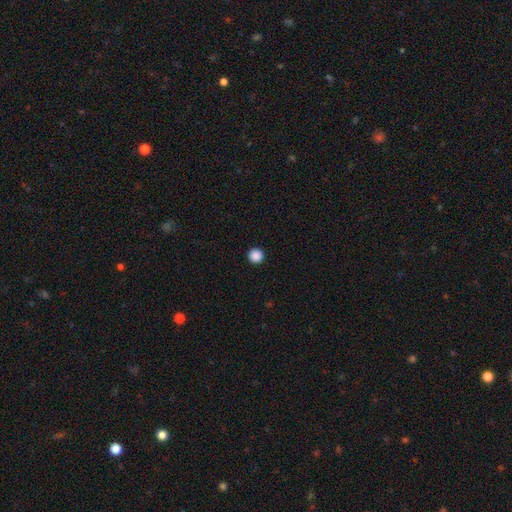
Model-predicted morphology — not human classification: Smooth or featured? smooth (88%)
How rounded? round (96%)
Merging? none (94%)